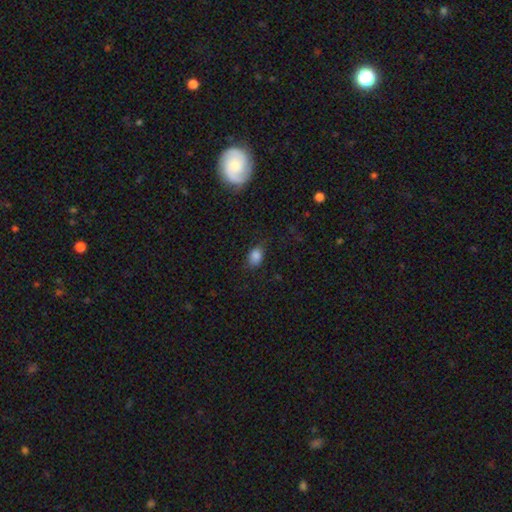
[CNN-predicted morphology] smooth 84%, star or artifact 11%, featured or disk 5%. Down the decision tree: how rounded — in between (72%); merging — none (74%).